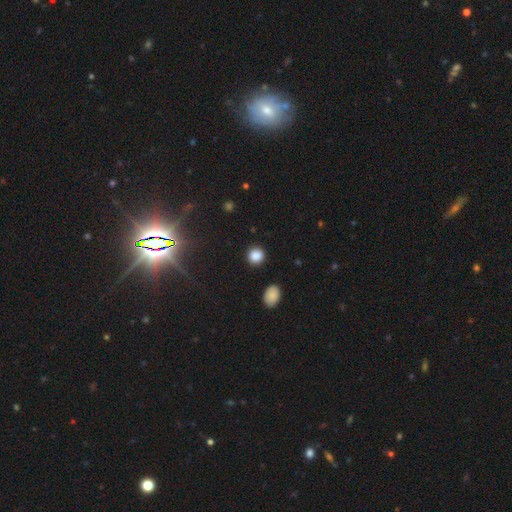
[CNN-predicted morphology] A smooth galaxy with no disk features (86%) that is round (89%). Merging: none (89%).